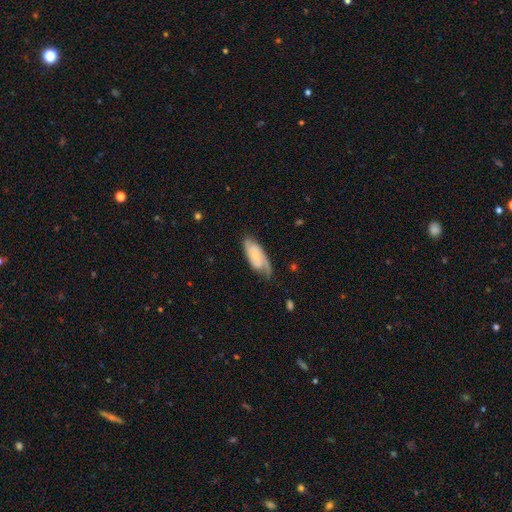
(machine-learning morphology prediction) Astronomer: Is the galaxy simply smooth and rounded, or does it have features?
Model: featured or disk — 66%.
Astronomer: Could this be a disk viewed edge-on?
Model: no — 92%.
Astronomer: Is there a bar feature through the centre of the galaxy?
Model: no — 63%.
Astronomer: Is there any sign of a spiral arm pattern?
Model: yes — 93%.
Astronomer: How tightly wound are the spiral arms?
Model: tight — 42% (runner-up: medium, 40%).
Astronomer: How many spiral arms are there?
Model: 2 — 60%.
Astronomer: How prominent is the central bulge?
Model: small — 62%.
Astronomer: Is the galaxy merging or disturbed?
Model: none — 61%.